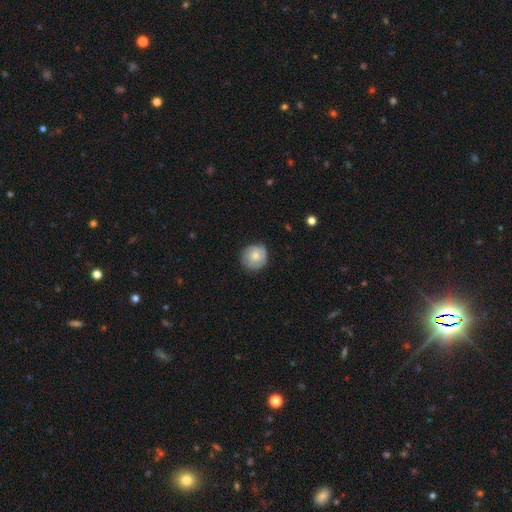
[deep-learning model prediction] Smooth or featured: smooth — 62% (featured or disk — 31%)
How rounded: round — 88% (in between — 11%)
Merging: none — 77% (minor disturbance — 18%)